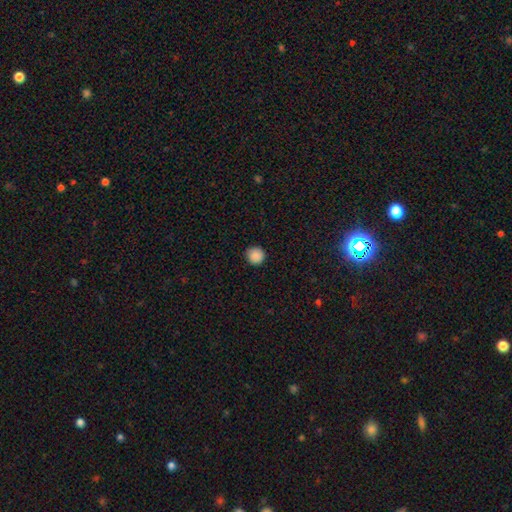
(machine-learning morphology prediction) type=smooth (88%); roundness=round (95%); merging=none (91%).